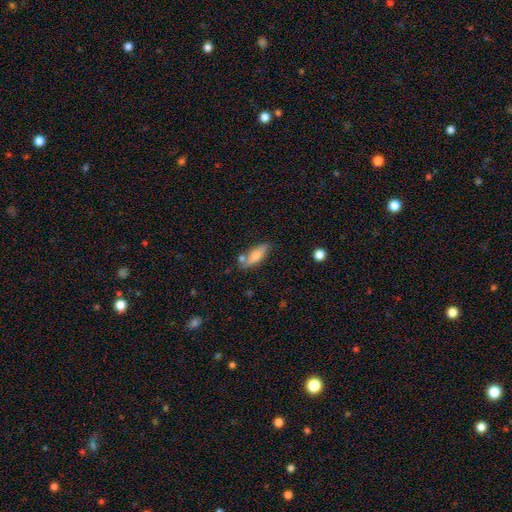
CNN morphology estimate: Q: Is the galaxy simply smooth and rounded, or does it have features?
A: smooth — 73%.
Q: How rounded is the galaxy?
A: in between — 58%.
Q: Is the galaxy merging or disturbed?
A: none — 65%.